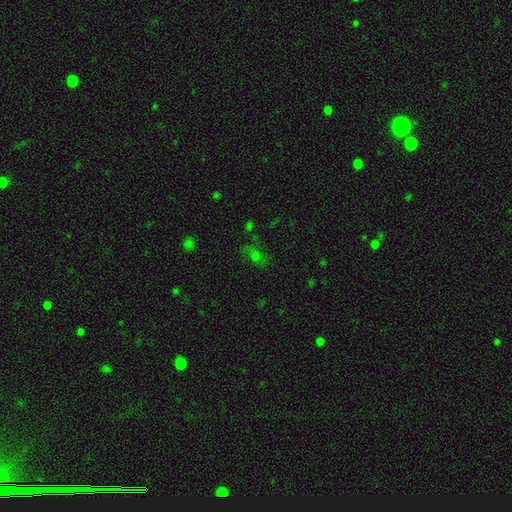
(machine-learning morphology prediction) type=smooth (41%); merging=none (65%).